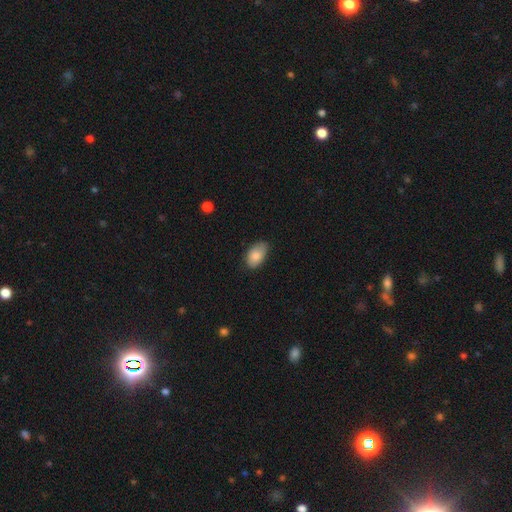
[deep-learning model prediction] Smooth or featured?
  - smooth: 83% *
  - featured or disk: 10%
  - star or artifact: 7%
How rounded?
  - in between: 91% *
  - round: 7%
  - cigar-shaped: 1%
Merging?
  - none: 70% *
  - minor disturbance: 24%
  - major disturbance: 4%
  - merger: 1%